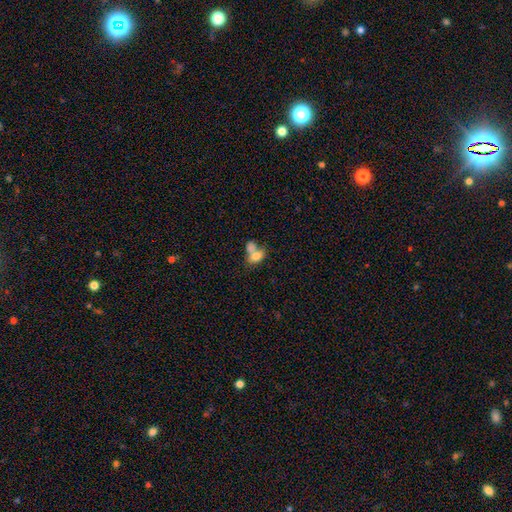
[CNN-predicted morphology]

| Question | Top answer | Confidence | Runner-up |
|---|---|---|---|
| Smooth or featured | smooth | 73% | featured or disk (18%) |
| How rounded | in between | 82% | round (13%) |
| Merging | merger | 60% | none (23%) |